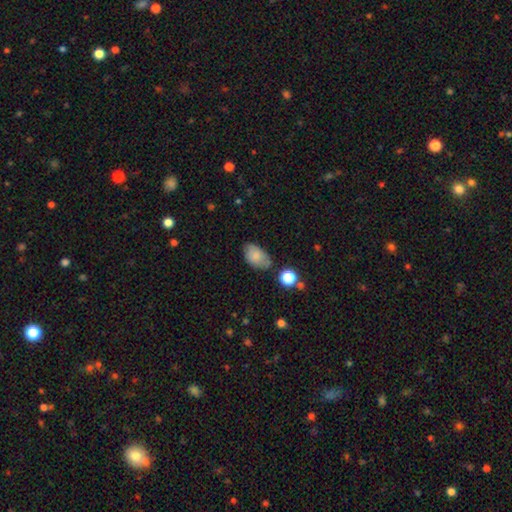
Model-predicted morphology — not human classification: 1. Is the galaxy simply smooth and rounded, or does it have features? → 78% smooth, 13% featured or disk, 9% star or artifact.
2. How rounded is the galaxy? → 89% in between, 9% round, 1% cigar-shaped.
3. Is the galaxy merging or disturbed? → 61% none, 28% minor disturbance, 7% major disturbance, 5% merger.